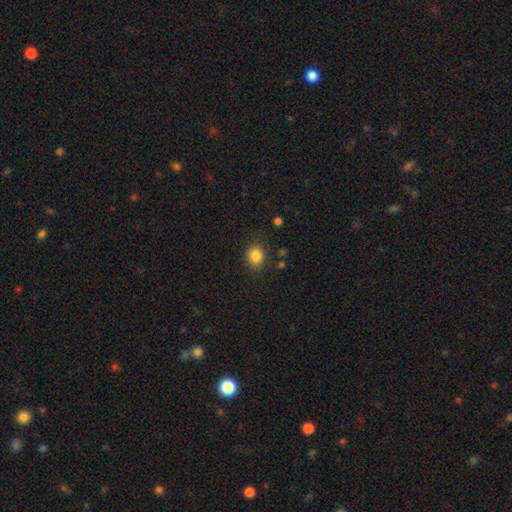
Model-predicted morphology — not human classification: Smooth or featured?
  - smooth: 85% *
  - star or artifact: 11%
  - featured or disk: 5%
How rounded?
  - round: 64% *
  - in between: 35%
  - cigar-shaped: 1%
Merging?
  - none: 83% *
  - minor disturbance: 11%
  - major disturbance: 4%
  - merger: 2%